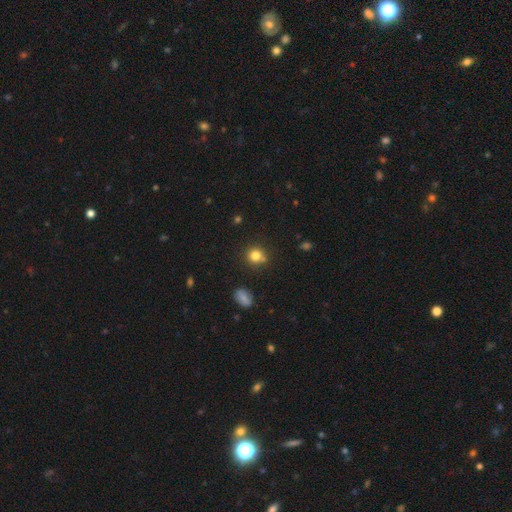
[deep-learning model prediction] Smooth or featured?
  - smooth: 80% *
  - star or artifact: 13%
  - featured or disk: 7%
How rounded?
  - round: 88% *
  - in between: 11%
  - cigar-shaped: 1%
Merging?
  - none: 75% *
  - merger: 12%
  - minor disturbance: 11%
  - major disturbance: 3%